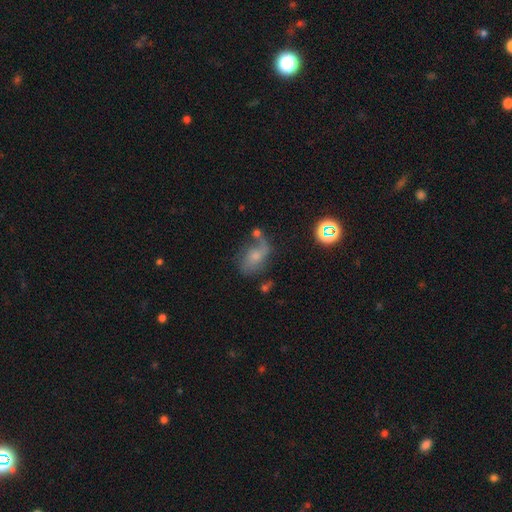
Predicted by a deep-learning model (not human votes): A featured or disk galaxy (46%).

Vote fractions:
- Smooth or featured? featured or disk: 46% / smooth: 37% / star or artifact: 17%
- Merging? none: 40% / minor disturbance: 24% / major disturbance: 21% / merger: 16%